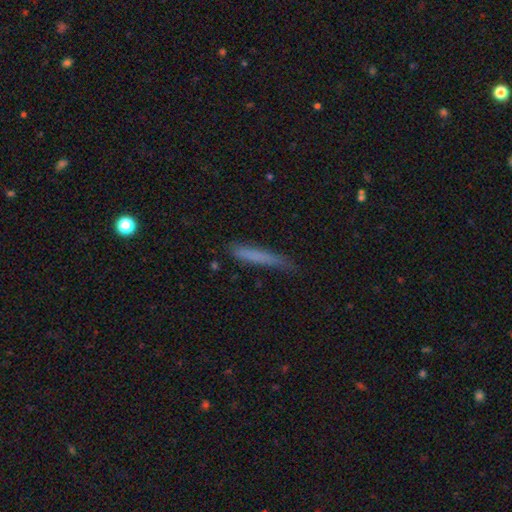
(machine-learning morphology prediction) Q: Smooth or featured?
A: smooth (71%); runner-up: featured or disk (21%)
Q: How rounded?
A: cigar-shaped (95%); runner-up: in between (4%)
Q: Merging?
A: none (69%); runner-up: minor disturbance (23%)